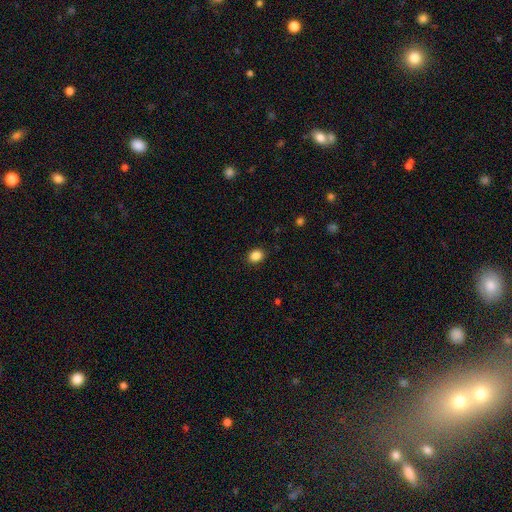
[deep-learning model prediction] This appears to be a smooth galaxy with no disk features (87%) that is round (53%). Merging: none (89%).